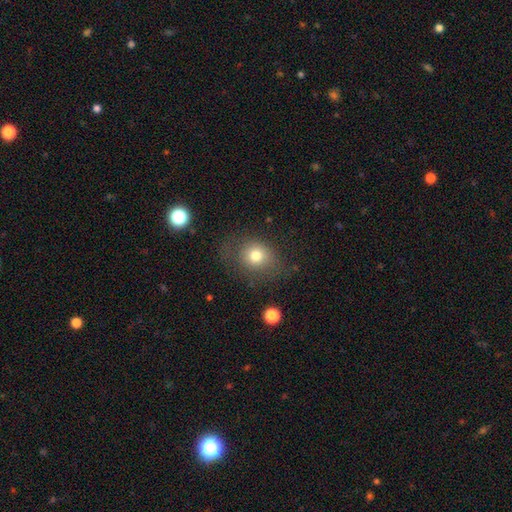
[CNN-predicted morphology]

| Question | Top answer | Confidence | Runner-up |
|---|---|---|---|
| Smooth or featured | smooth | 75% | star or artifact (13%) |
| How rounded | round | 65% | in between (34%) |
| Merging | none | 67% | minor disturbance (19%) |